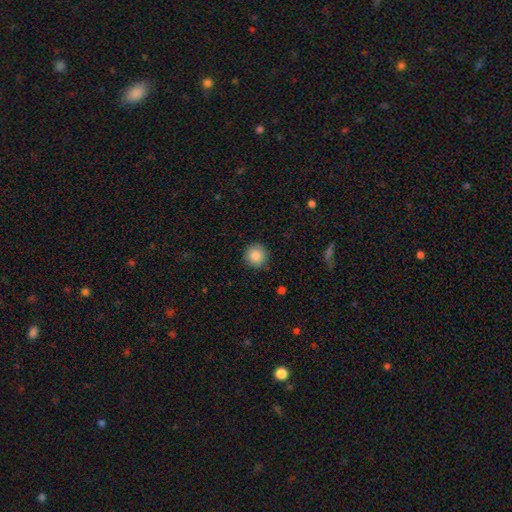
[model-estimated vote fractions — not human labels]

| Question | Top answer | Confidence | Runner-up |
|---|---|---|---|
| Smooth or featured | smooth | 87% | star or artifact (8%) |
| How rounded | round | 95% | in between (4%) |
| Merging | none | 90% | minor disturbance (7%) |